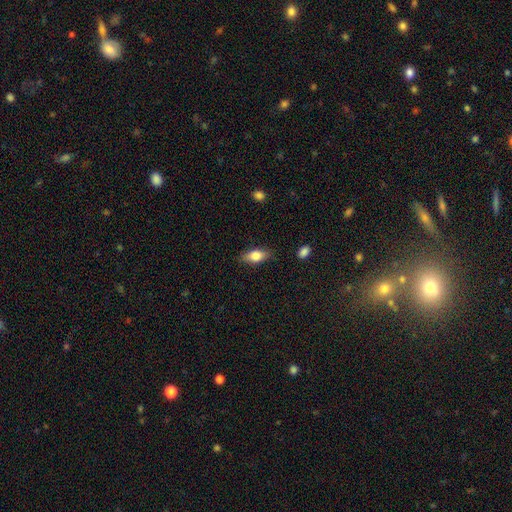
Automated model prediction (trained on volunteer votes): This is likely a smooth galaxy (73%). How rounded: clearly in between (81%). Merging: clearly none (82%).